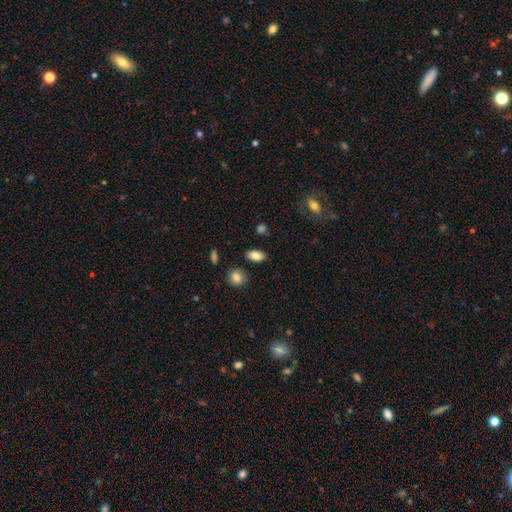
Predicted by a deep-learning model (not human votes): This is clearly a smooth galaxy (85%). How rounded: clearly in between (89%). Merging: clearly none (85%).